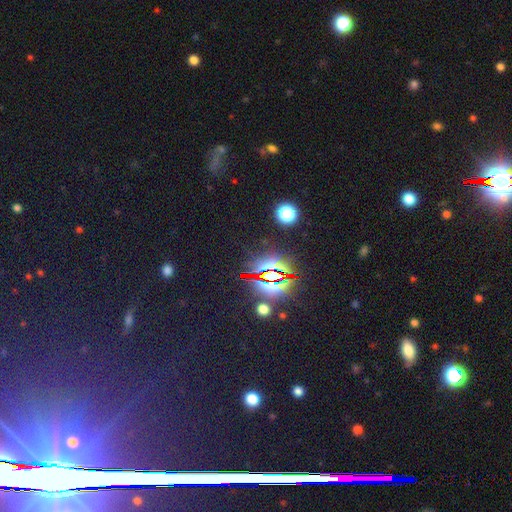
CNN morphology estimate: Smooth or featured?
  - star or artifact: 79% *
  - smooth: 12%
  - featured or disk: 8%